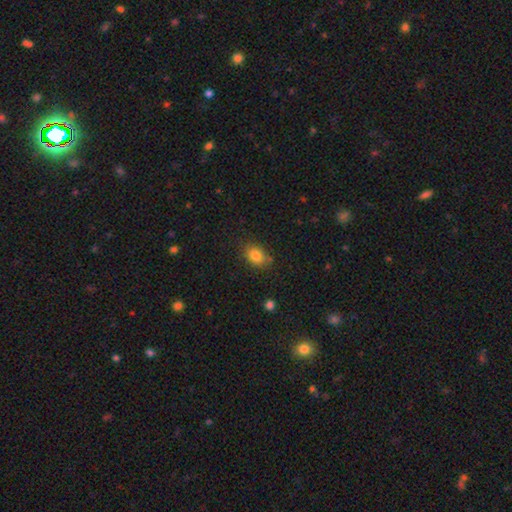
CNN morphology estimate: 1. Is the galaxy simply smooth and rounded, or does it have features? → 84% smooth, 10% star or artifact, 7% featured or disk.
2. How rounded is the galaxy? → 72% in between, 27% round, 1% cigar-shaped.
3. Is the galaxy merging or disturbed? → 76% none, 16% minor disturbance, 4% major disturbance, 3% merger.